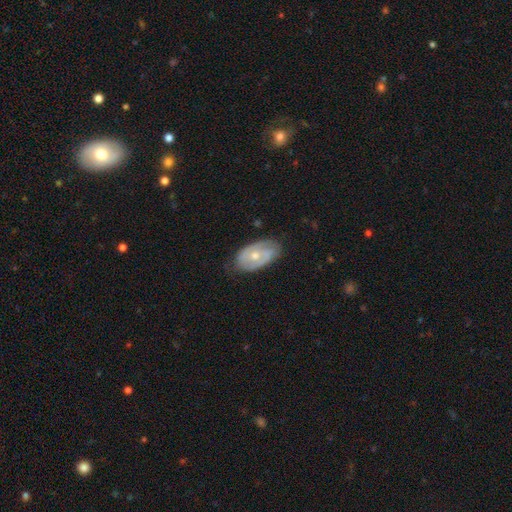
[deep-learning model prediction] Smooth or featured?
  - featured or disk: 67% *
  - smooth: 27%
  - star or artifact: 6%
Edge-on disk?
  - no: 93% *
  - yes: 7%
Bar?
  - no: 71% *
  - weak: 24%
  - strong: 6%
Spiral arms?
  - yes: 75% *
  - no: 25%
Bulge size?
  - moderate: 58% *
  - small: 39%
  - large: 2%
  - none: 1%
  - dominant: 1%
Merging?
  - none: 71% *
  - minor disturbance: 22%
  - major disturbance: 5%
  - merger: 1%